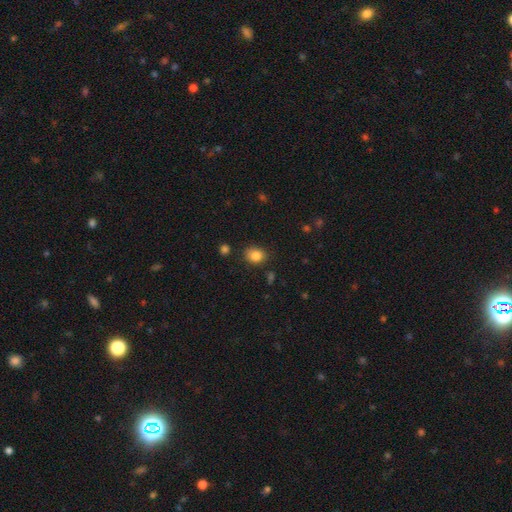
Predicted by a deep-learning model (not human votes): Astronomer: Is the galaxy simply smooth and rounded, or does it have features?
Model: smooth — 84%.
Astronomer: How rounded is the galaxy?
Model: round — 52% (runner-up: in between, 47%).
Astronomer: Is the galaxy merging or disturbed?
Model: none — 81%.